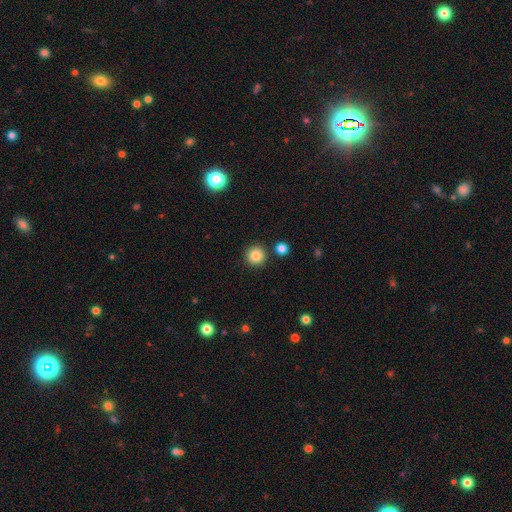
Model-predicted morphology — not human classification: smooth_or_featured: smooth (p=0.85) [alt: star or artifact p=0.10]
how_rounded: round (p=0.95) [alt: in between p=0.04]
merging: none (p=0.89) [alt: minor disturbance p=0.06]